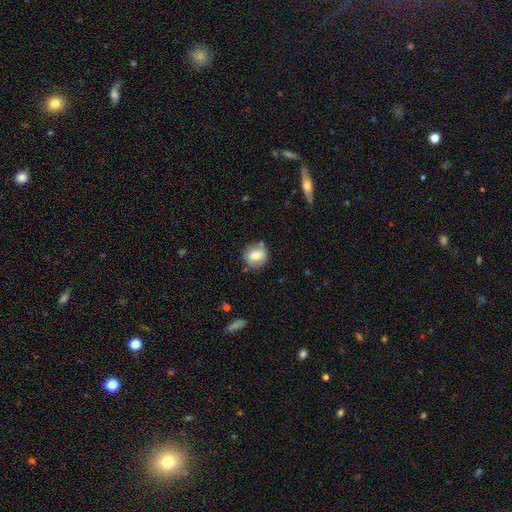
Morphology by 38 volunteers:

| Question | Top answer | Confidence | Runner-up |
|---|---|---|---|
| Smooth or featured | smooth | 76% | featured or disk (21%) |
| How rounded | round | 79% | in between (21%) |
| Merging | none | 73% | minor disturbance (14%) |